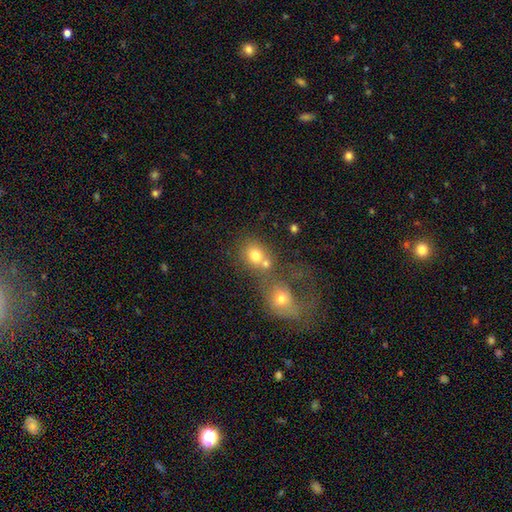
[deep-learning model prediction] smooth 73%, star or artifact 14%, featured or disk 14%. Down the decision tree: how rounded — round (62%); merging — merger (50%).